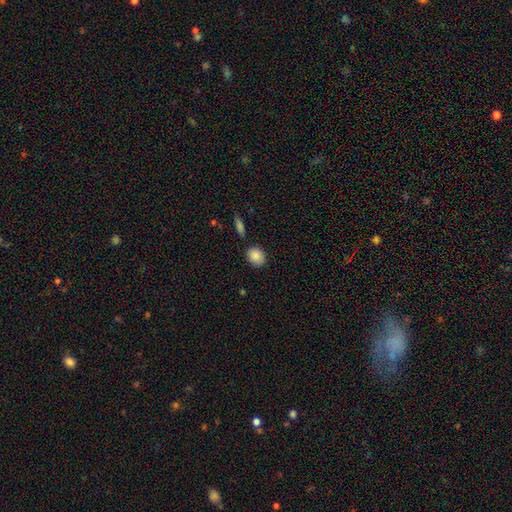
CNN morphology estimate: smooth 87%, star or artifact 7%, featured or disk 5%. Down the decision tree: how rounded — round (53%); merging — none (83%).